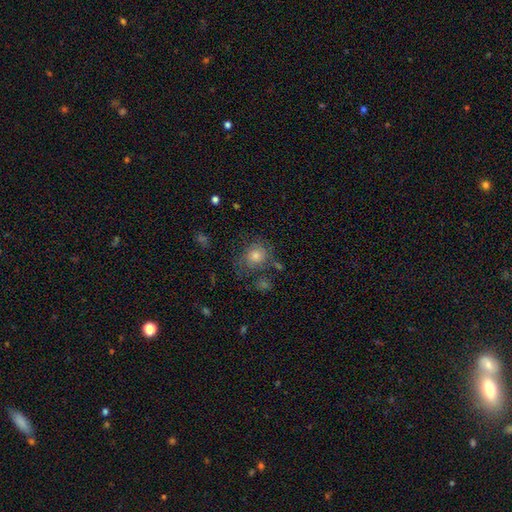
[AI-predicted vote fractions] This appears to be a smooth galaxy with no disk features (57%) that is round (76%). Merging: none (64%).